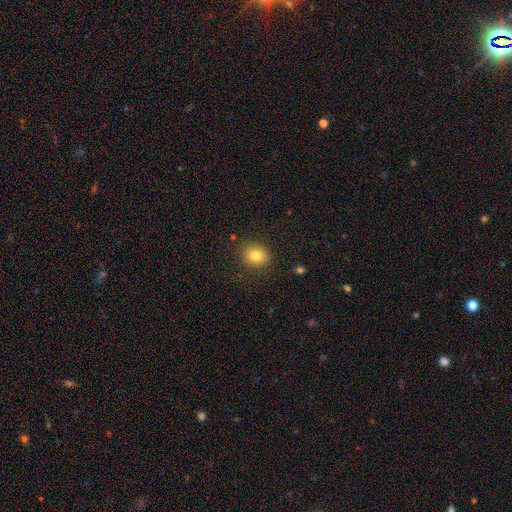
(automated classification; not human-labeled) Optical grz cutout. It shows a smooth galaxy with no disk features (81%) that is round (71%). Merging: none (87%).